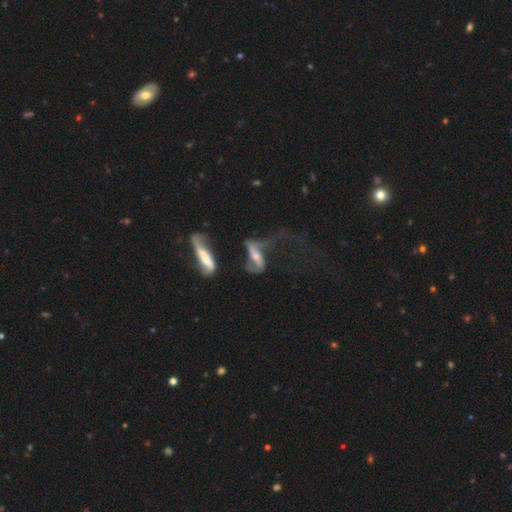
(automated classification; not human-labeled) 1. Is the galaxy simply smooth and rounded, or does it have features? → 68% featured or disk, 24% smooth, 9% star or artifact.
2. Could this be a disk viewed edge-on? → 77% no, 23% yes.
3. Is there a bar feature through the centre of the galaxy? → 46% no, 27% strong, 27% weak.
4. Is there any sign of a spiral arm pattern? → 69% yes, 31% no.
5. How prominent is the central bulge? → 44% moderate, 41% small, 7% none, 6% large, 2% dominant.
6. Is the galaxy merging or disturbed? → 42% major disturbance, 26% merger, 19% none, 13% minor disturbance.